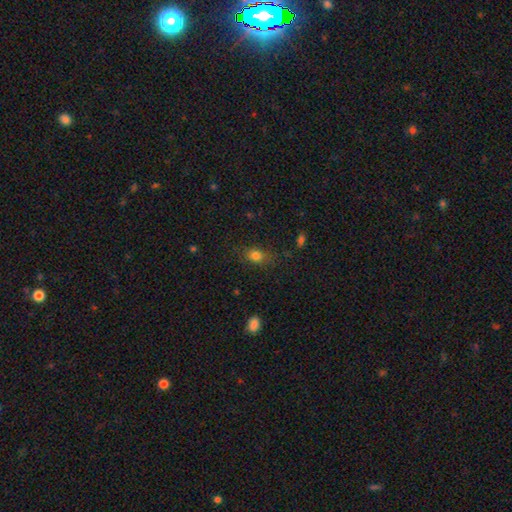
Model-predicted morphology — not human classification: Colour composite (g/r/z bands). It shows a smooth galaxy with no disk features (78%) that is in between round and cigar-shaped (60%). Merging: none (76%).